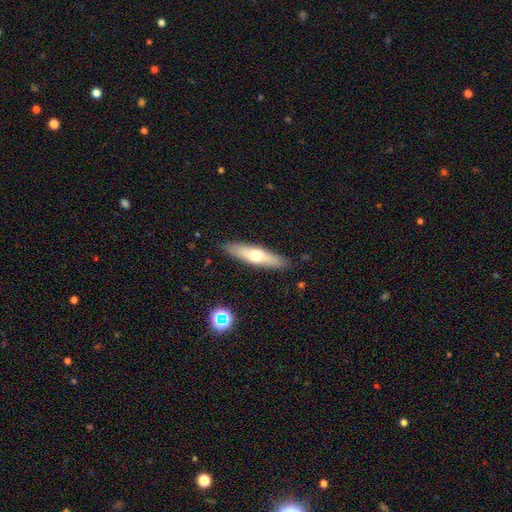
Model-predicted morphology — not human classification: A smooth galaxy with no disk features (54%) that is cigar-shaped (68%). Merging: none (88%).